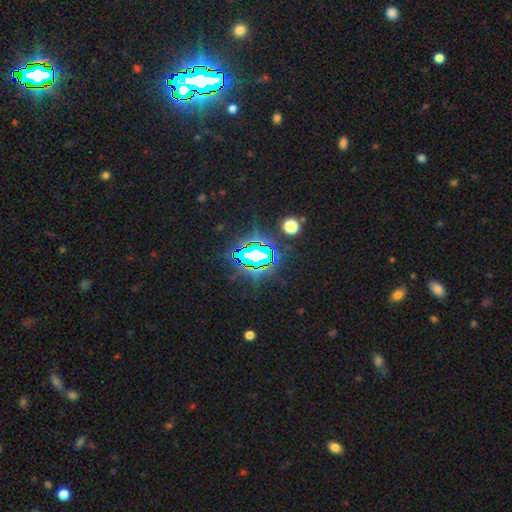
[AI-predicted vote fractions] Smooth or featured? Predicted: star or artifact (p=0.78).